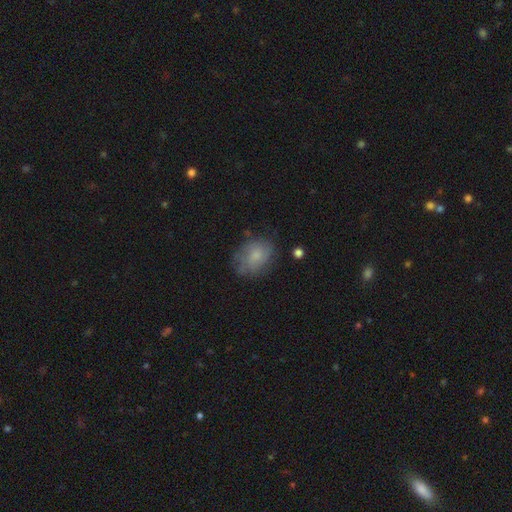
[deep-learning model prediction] Smooth or featured?
  - smooth: 62% *
  - featured or disk: 28%
  - star or artifact: 9%
How rounded?
  - in between: 64% *
  - round: 35%
  - cigar-shaped: 1%
Merging?
  - none: 65% *
  - minor disturbance: 24%
  - major disturbance: 9%
  - merger: 2%